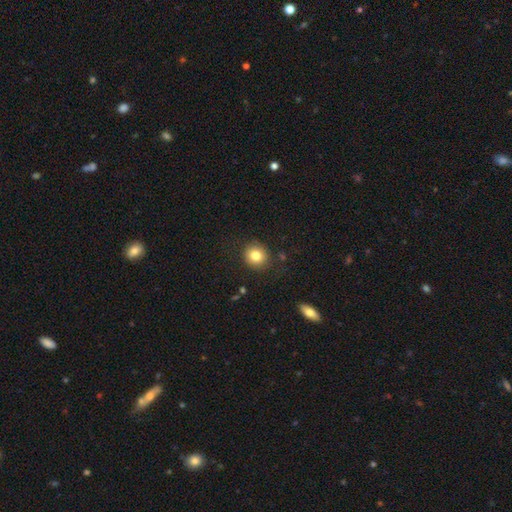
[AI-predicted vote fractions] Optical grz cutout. It shows a smooth galaxy with no disk features (81%) that is round (87%). Merging: none (87%).